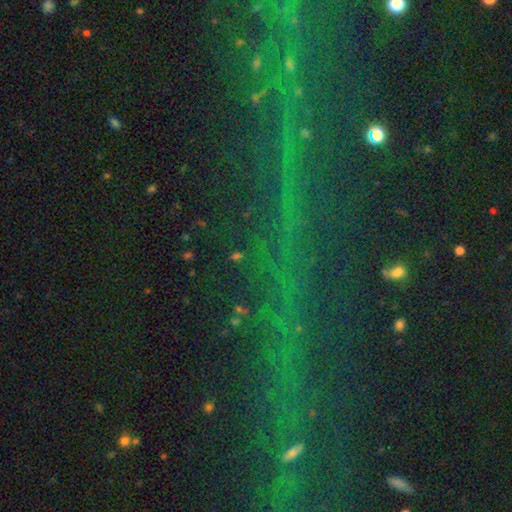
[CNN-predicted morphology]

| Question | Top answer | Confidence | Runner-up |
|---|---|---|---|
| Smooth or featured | star or artifact | 77% | featured or disk (12%) |